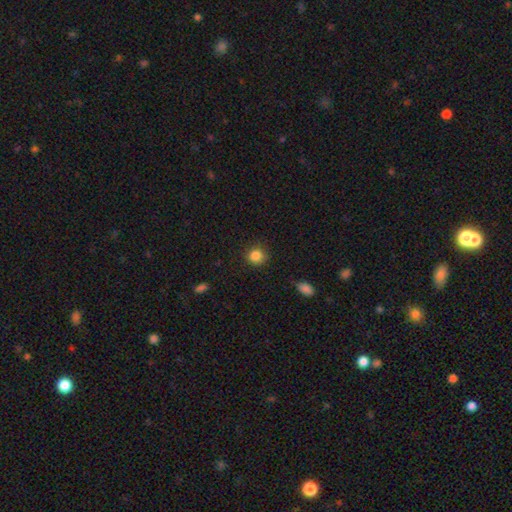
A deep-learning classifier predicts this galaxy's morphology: smooth_or_featured: smooth (p=0.85) [alt: star or artifact p=0.11]
how_rounded: round (p=0.89) [alt: in between p=0.10]
merging: none (p=0.86) [alt: minor disturbance p=0.10]